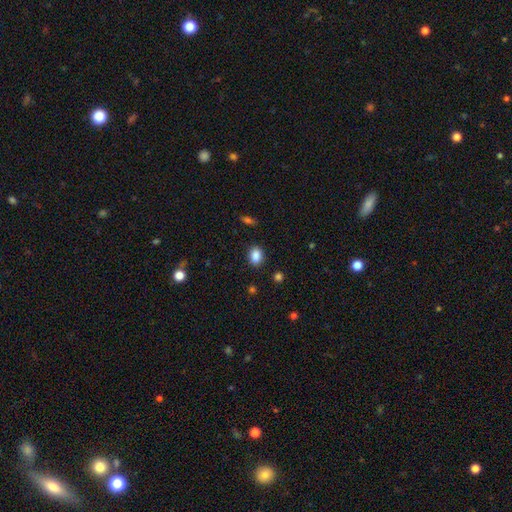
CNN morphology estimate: A smooth galaxy with no disk features (87%) that is in between round and cigar-shaped (69%).

Vote fractions:
- Smooth or featured? smooth: 87% / star or artifact: 9% / featured or disk: 4%
- How rounded? in between: 69% / round: 29% / cigar-shaped: 1%
- Merging? none: 84% / minor disturbance: 11% / major disturbance: 3% / merger: 2%